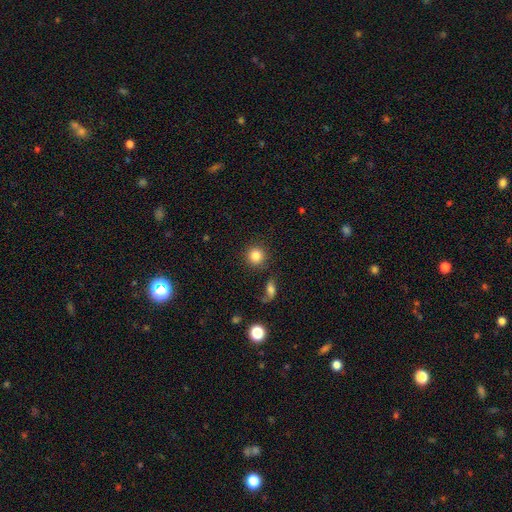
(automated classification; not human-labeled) A smooth galaxy with no disk features (84%) that is round (92%). Merging: none (83%).